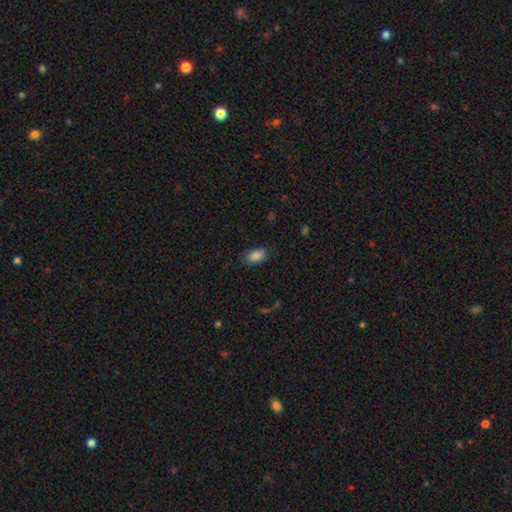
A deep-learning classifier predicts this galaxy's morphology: Smooth or featured? smooth (86%)
How rounded? in between (91%)
Merging? none (78%)